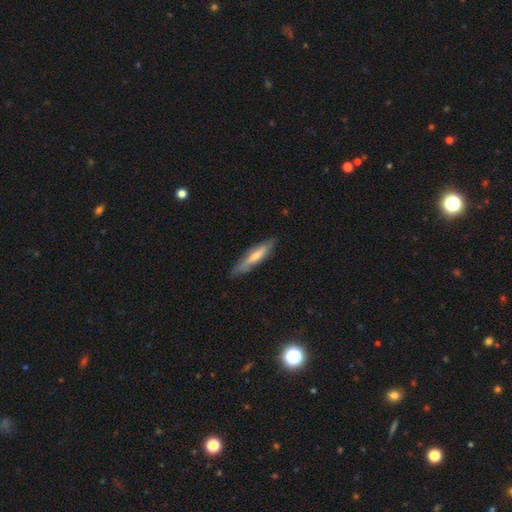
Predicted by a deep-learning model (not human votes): Morphology: type=smooth (54%); roundness=cigar-shaped (85%); merging=none (82%).